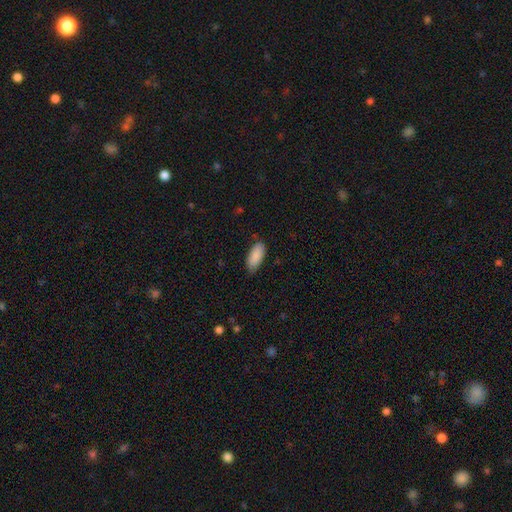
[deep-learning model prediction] smooth 89%, star or artifact 6%, featured or disk 5%. Down the decision tree: how rounded — in between (88%); merging — none (77%).